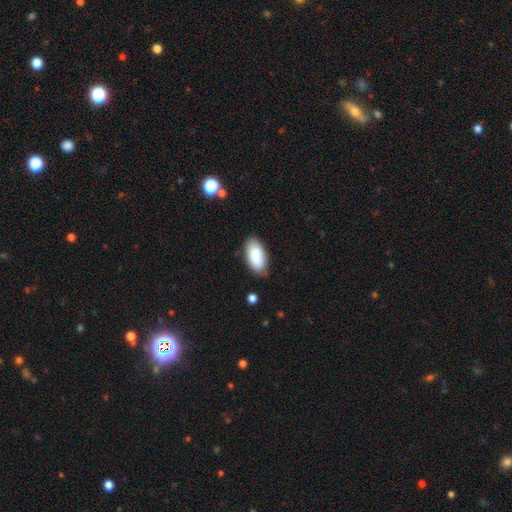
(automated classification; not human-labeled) Smooth or featured? smooth (88%)
How rounded? in between (95%)
Merging? none (81%)